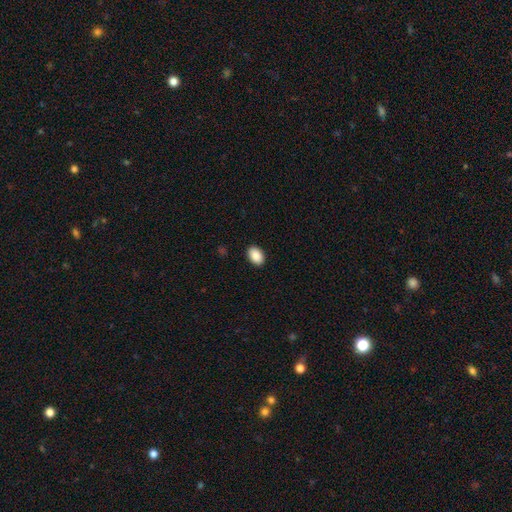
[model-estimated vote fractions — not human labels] Overall: smooth (90%). How rounded: in between (85%). Merging: none (91%).